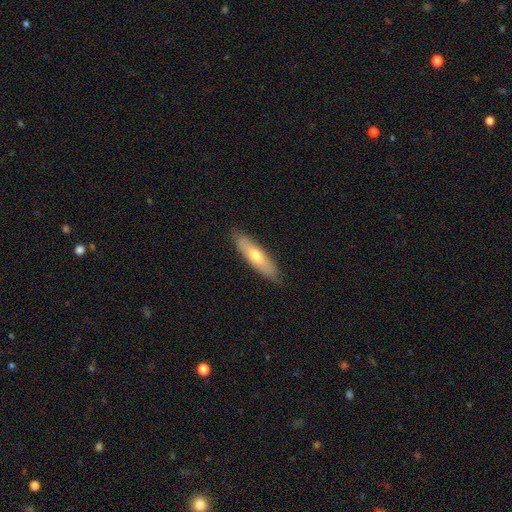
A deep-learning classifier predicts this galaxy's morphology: This appears to be a smooth galaxy with no disk features (60%) that is cigar-shaped (57%). Merging: none (84%).